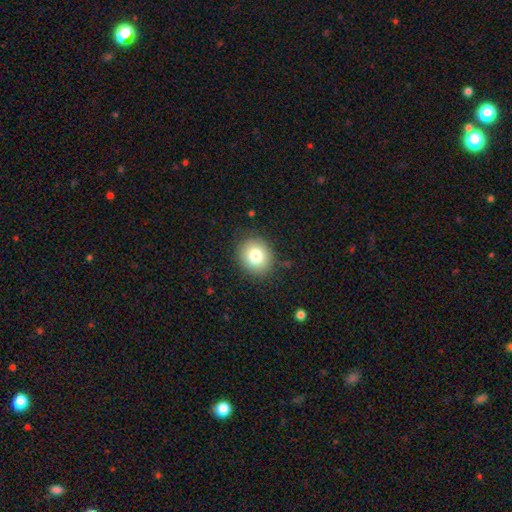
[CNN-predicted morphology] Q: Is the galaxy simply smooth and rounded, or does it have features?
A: smooth — 78%.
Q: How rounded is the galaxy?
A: round — 81%.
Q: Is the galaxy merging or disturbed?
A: none — 87%.